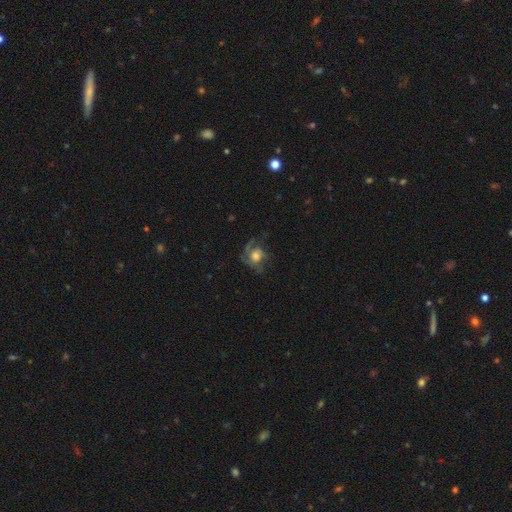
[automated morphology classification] Smooth or featured? featured or disk (67%)
Edge-on disk? no (97%)
Bar? no (78%)
Spiral arms? yes (87%)
Spiral winding? medium (45%)
Spiral arm count? 2 (28%)
Bulge size? moderate (49%)
Merging? none (53%)